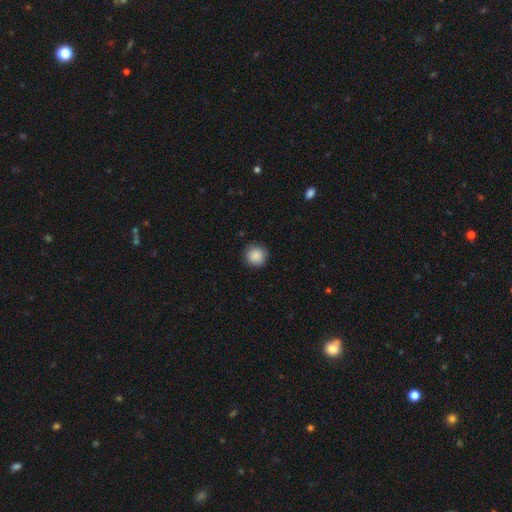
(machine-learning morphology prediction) The model was most divided on "merging": none: 88%, minor disturbance: 9%, major disturbance: 2%, merger: 1%. More confident: how rounded — round (94%); smooth or featured — smooth (89%).